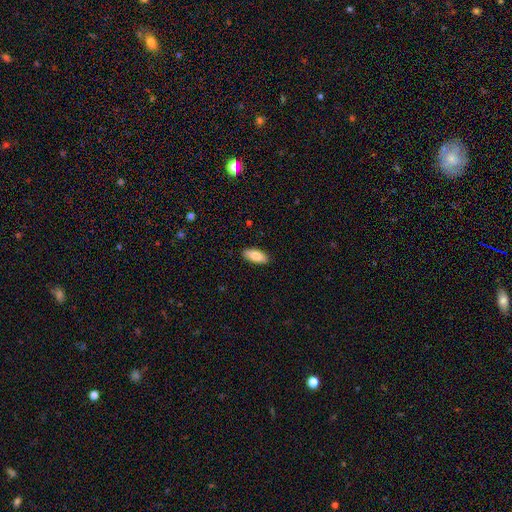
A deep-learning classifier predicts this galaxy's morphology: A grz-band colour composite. It shows a smooth galaxy with no disk features (84%) that is in between round and cigar-shaped (88%). Merging: none (90%).